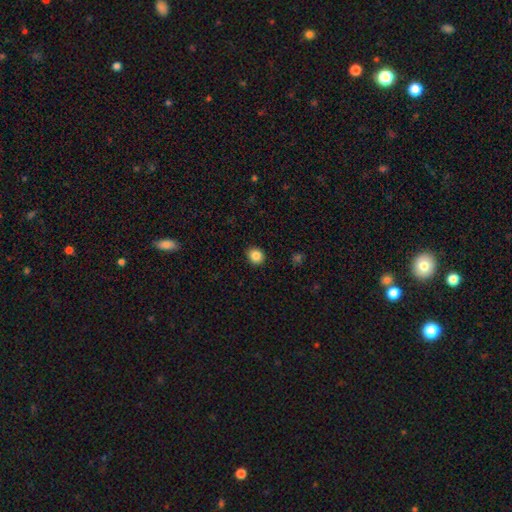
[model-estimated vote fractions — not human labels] This is clearly a smooth galaxy (85%). How rounded: likely round (79%). Merging: clearly none (91%).